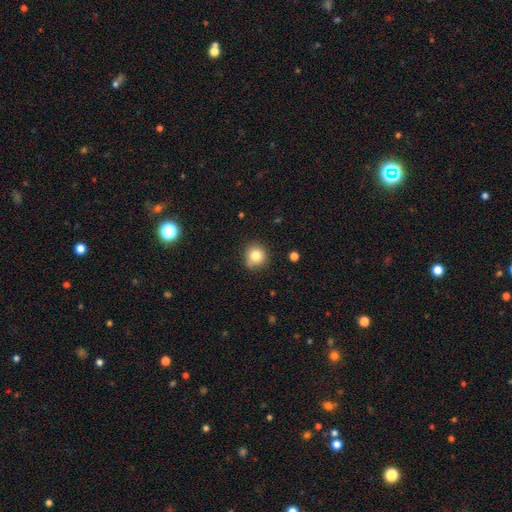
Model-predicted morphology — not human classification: A smooth galaxy with no disk features (81%) that is round (92%). Merging: none (84%).